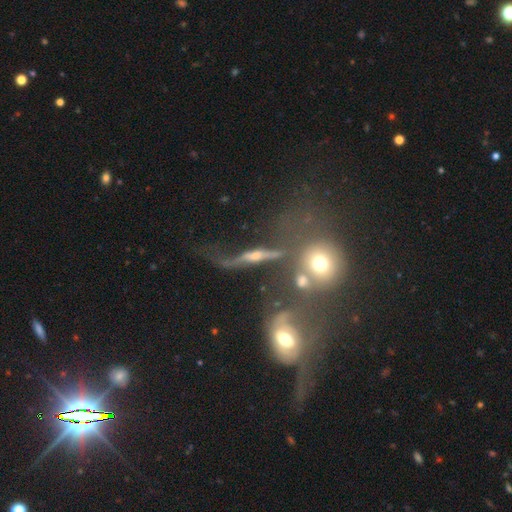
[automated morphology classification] smooth-or-featured: featured or disk: 68% | smooth: 20% | star or artifact: 13%
  disk-edge-on: yes: 61% | no: 39%
  merging: none: 38% | major disturbance: 24% | merger: 20% | minor disturbance: 18%